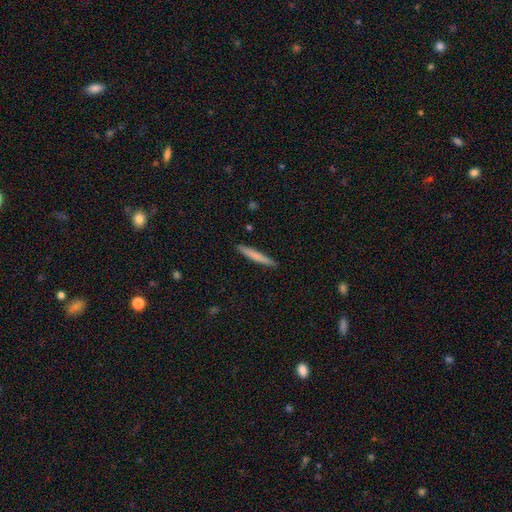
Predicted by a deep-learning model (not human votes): This is likely a smooth galaxy (72%). How rounded: clearly cigar-shaped (96%). Merging: clearly none (91%).